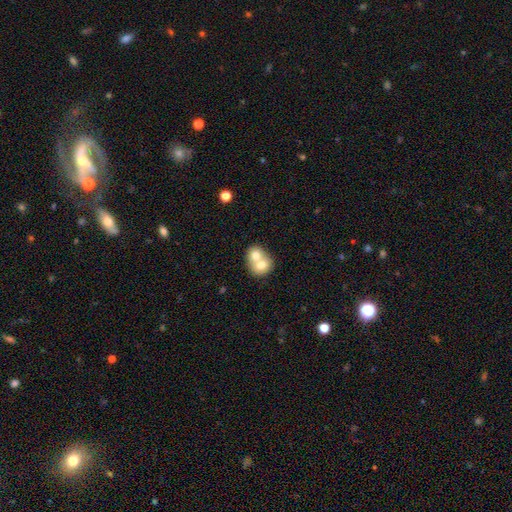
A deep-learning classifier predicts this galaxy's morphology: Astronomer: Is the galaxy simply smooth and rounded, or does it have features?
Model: smooth — 67%.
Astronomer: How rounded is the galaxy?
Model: round — 67%.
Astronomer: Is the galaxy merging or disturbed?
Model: merger — 73%.